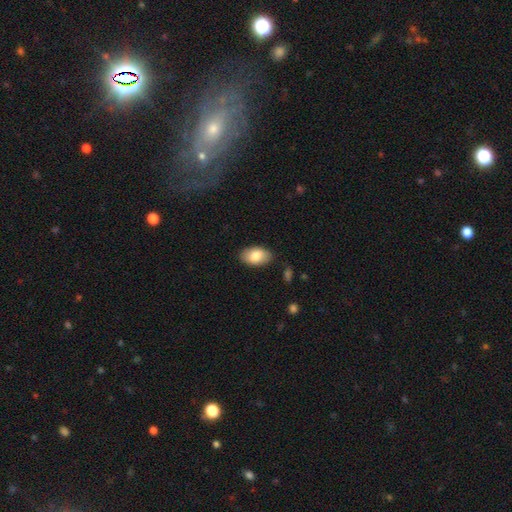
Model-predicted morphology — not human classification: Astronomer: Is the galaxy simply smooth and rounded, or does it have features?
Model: smooth — 83%.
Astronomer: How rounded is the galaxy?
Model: in between — 93%.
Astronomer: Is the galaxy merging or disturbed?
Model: none — 84%.